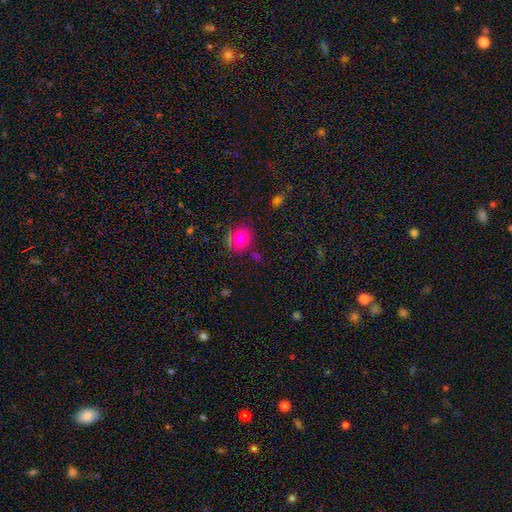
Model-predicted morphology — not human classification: A smooth galaxy with no disk features (73%) that is round (74%).

Vote fractions:
- Smooth or featured? smooth: 73% / star or artifact: 16% / featured or disk: 11%
- How rounded? round: 74% / in between: 25% / cigar-shaped: 1%
- Merging? none: 73% / minor disturbance: 17% / major disturbance: 5% / merger: 5%